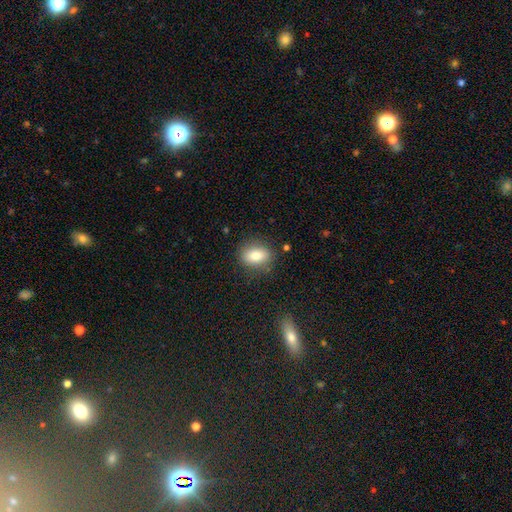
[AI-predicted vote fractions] Overall: smooth (82%). How rounded: in between (74%). Merging: none (82%).